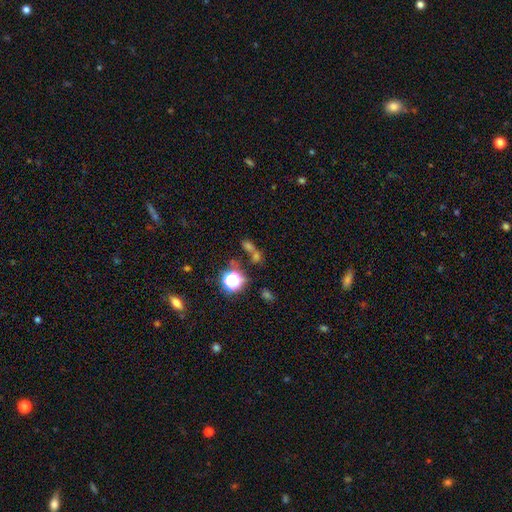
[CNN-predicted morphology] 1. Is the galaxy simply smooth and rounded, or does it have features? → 45% star or artifact, 43% smooth, 12% featured or disk.